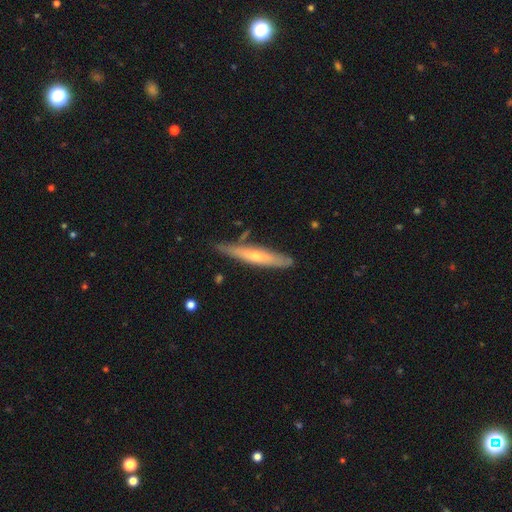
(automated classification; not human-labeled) This is possibly a featured or disk galaxy (52%). It is clearly viewed edge-on (87%). Merging: clearly none (80%).